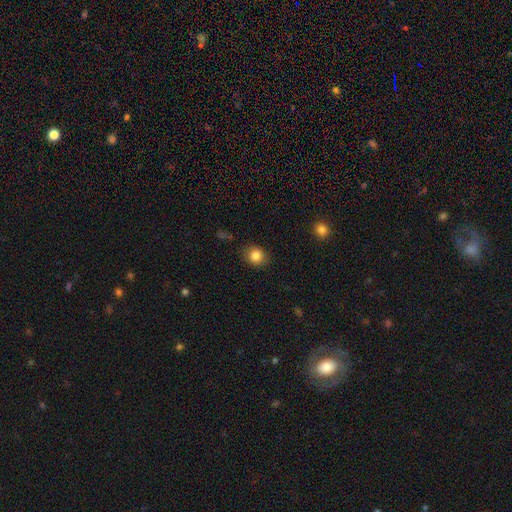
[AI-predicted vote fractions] Overall: smooth (85%). How rounded: round (70%). Merging: none (83%).